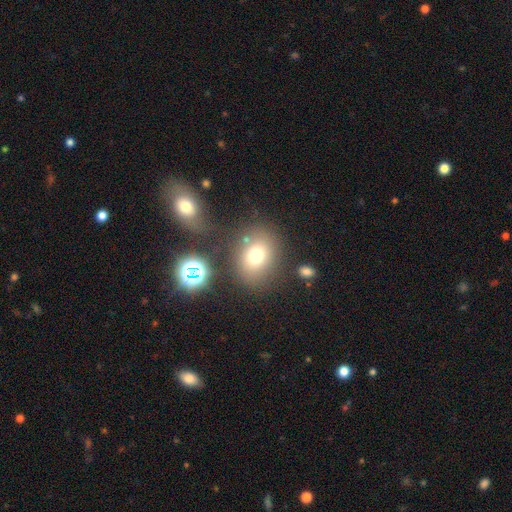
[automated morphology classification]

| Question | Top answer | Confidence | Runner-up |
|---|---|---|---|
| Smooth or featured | smooth | 70% | star or artifact (17%) |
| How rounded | round | 50% | in between (49%) |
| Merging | none | 74% | minor disturbance (12%) |